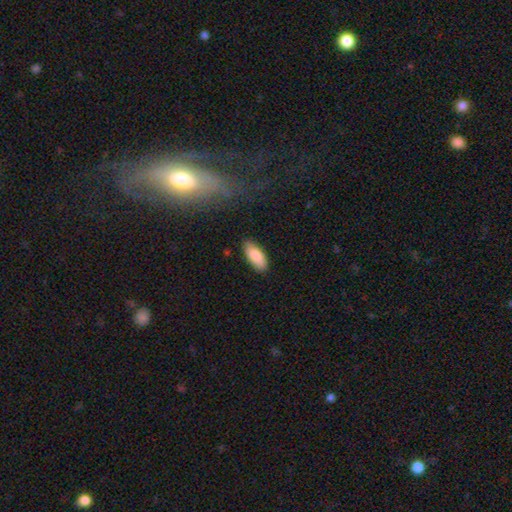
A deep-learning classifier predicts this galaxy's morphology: Smooth or featured?
  - smooth: 85% *
  - featured or disk: 9%
  - star or artifact: 6%
How rounded?
  - in between: 83% *
  - cigar-shaped: 15%
  - round: 2%
Merging?
  - none: 85% *
  - minor disturbance: 11%
  - major disturbance: 2%
  - merger: 1%